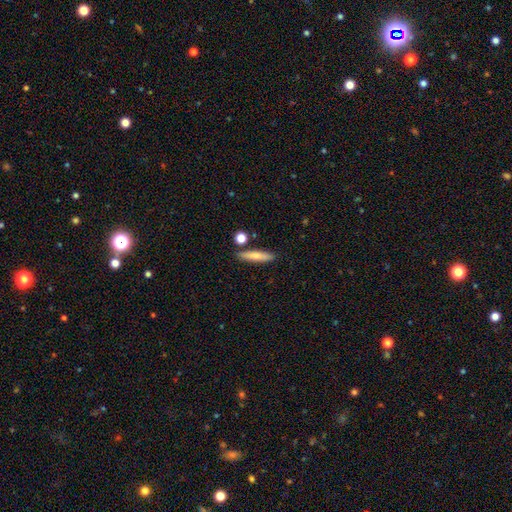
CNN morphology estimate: A smooth galaxy with no disk features (74%) that is cigar-shaped (82%).

Vote fractions:
- Smooth or featured? smooth: 74% / featured or disk: 20% / star or artifact: 6%
- How rounded? cigar-shaped: 82% / in between: 15% / round: 3%
- Merging? none: 83% / minor disturbance: 9% / merger: 6% / major disturbance: 2%